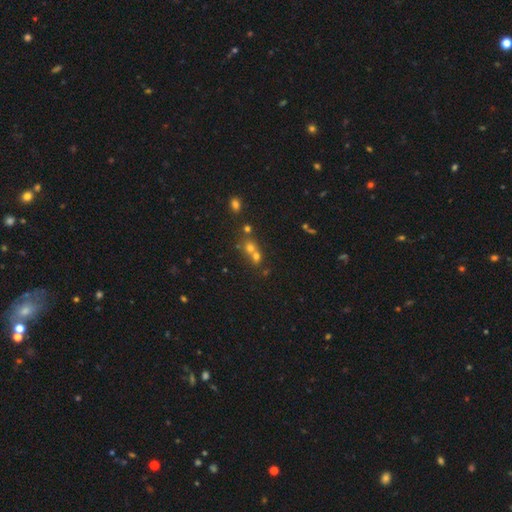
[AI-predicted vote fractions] A smooth galaxy with no disk features (55%) that is round (79%). Merging: merger (53%).